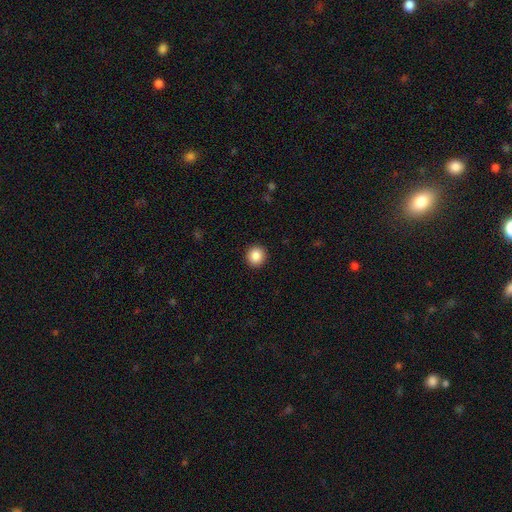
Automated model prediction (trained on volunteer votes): Smooth or featured?
  - smooth: 87% *
  - star or artifact: 9%
  - featured or disk: 4%
How rounded?
  - round: 93% *
  - in between: 6%
  - cigar-shaped: 1%
Merging?
  - none: 93% *
  - minor disturbance: 5%
  - major disturbance: 2%
  - merger: 1%